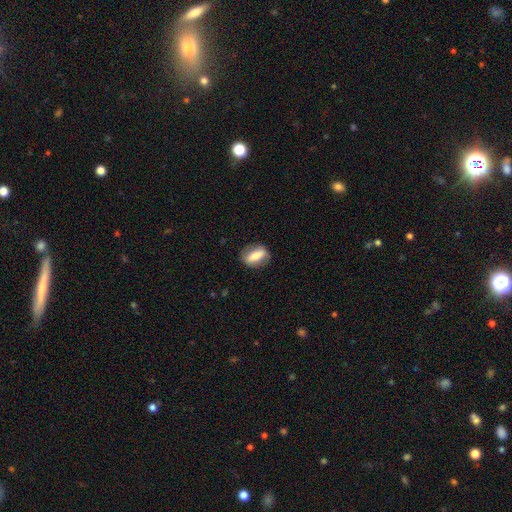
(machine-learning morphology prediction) This is possibly a smooth galaxy (55%). How rounded: likely in between (76%). Merging: likely none (79%).